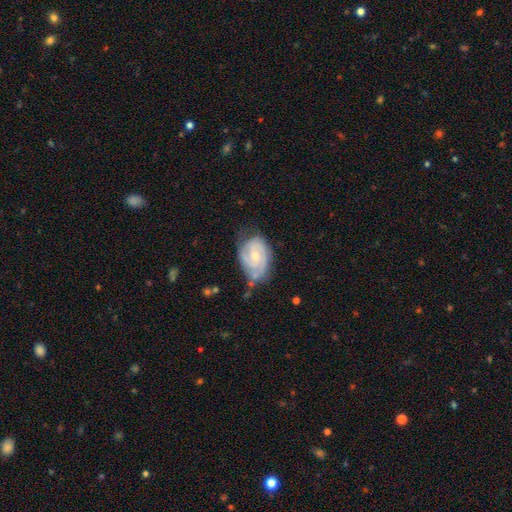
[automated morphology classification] Smooth or featured?
  - featured or disk: 83% *
  - smooth: 12%
  - star or artifact: 5%
Edge-on disk?
  - no: 97% *
  - yes: 3%
Bar?
  - no: 55% *
  - weak: 39%
  - strong: 6%
Spiral arms?
  - yes: 96% *
  - no: 4%
Spiral winding?
  - tight: 63% *
  - medium: 31%
  - loose: 6%
Spiral arm count?
  - 2: 58% *
  - 3: 19%
  - can't tell: 15%
  - 1: 4%
  - 4: 3%
  - more than 4: 2%
Bulge size?
  - small: 56% *
  - moderate: 39%
  - none: 3%
  - large: 1%
  - dominant: 1%
Merging?
  - none: 60% *
  - minor disturbance: 28%
  - major disturbance: 9%
  - merger: 3%